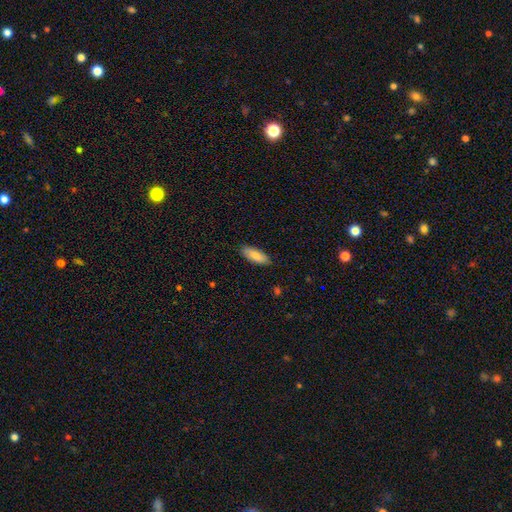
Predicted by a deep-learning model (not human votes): Overall: smooth (84%). How rounded: in between (72%). Merging: none (87%).